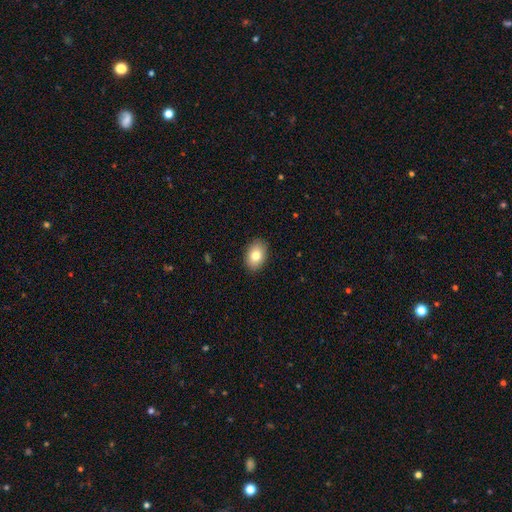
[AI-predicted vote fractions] Morphology: type=smooth (81%); roundness=in between (79%); merging=none (89%).